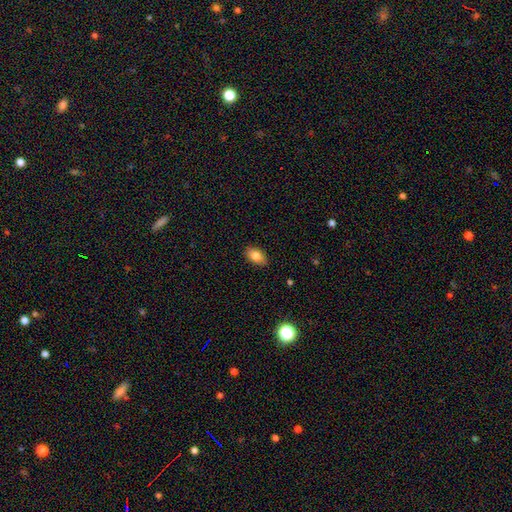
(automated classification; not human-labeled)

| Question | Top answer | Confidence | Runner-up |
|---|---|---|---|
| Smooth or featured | smooth | 82% | featured or disk (10%) |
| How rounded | in between | 90% | round (7%) |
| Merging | none | 87% | minor disturbance (10%) |